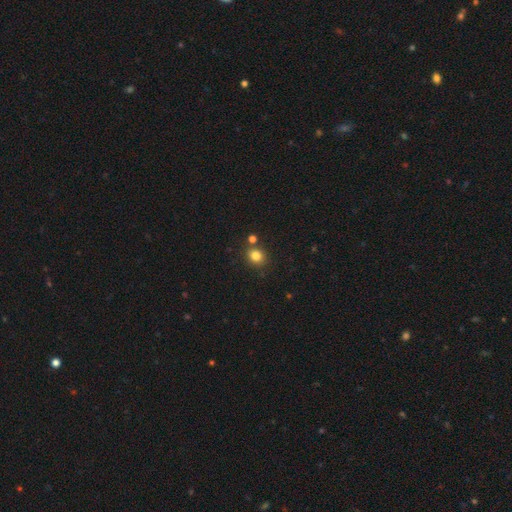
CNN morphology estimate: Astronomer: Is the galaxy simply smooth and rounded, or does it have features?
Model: smooth — 82%.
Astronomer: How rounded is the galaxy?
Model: round — 77%.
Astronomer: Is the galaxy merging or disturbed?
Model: none — 78%.